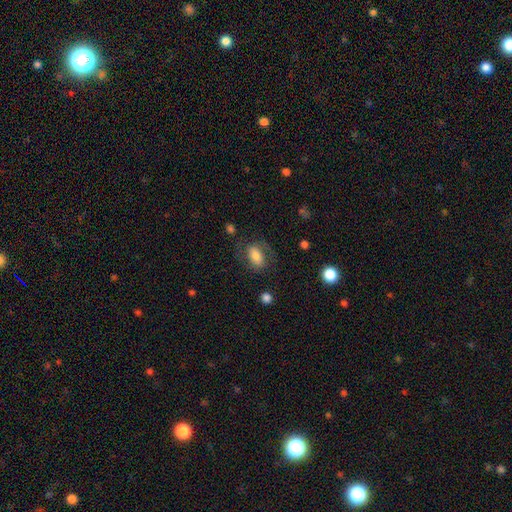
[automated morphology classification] smooth_or_featured: smooth (p=0.63) [alt: featured or disk p=0.29]
how_rounded: in between (p=0.84) [alt: round p=0.14]
merging: none (p=0.64) [alt: minor disturbance p=0.18]